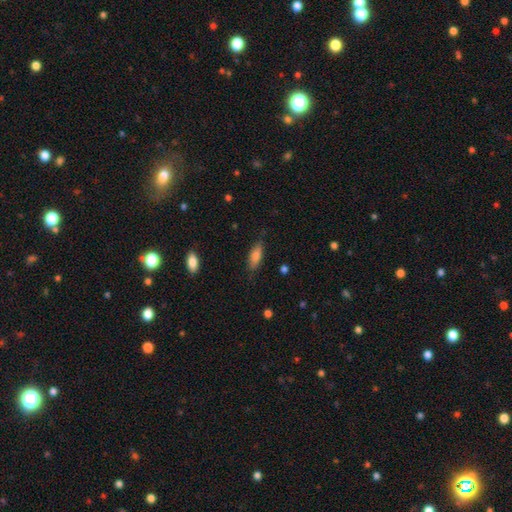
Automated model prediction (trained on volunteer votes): The model was most divided on "how rounded": in between: 65%, cigar-shaped: 33%, round: 2%. More confident: merging — none (79%); smooth or featured — smooth (79%).